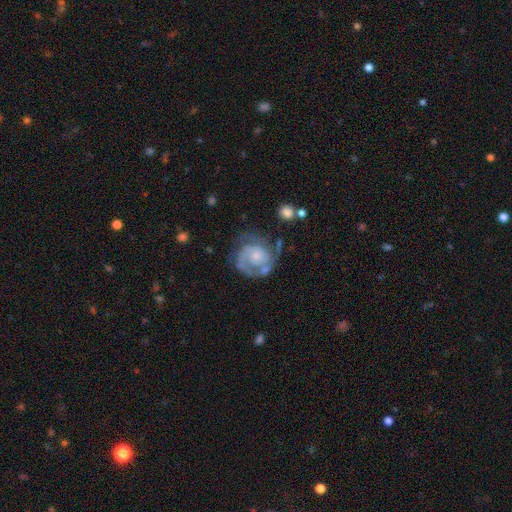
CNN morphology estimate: Smooth or featured?
  - featured or disk: 81% *
  - smooth: 13%
  - star or artifact: 6%
Edge-on disk?
  - no: 98% *
  - yes: 2%
Bar?
  - no: 76% *
  - weak: 21%
  - strong: 3%
Spiral arms?
  - yes: 93% *
  - no: 7%
Spiral winding?
  - tight: 55% *
  - medium: 34%
  - loose: 10%
Spiral arm count?
  - 2: 46% *
  - can't tell: 20%
  - 3: 15%
  - 1: 12%
  - 4: 3%
  - more than 4: 3%
Bulge size?
  - small: 57% *
  - moderate: 33%
  - none: 5%
  - large: 3%
  - dominant: 1%
Merging?
  - none: 57% *
  - minor disturbance: 21%
  - major disturbance: 15%
  - merger: 6%